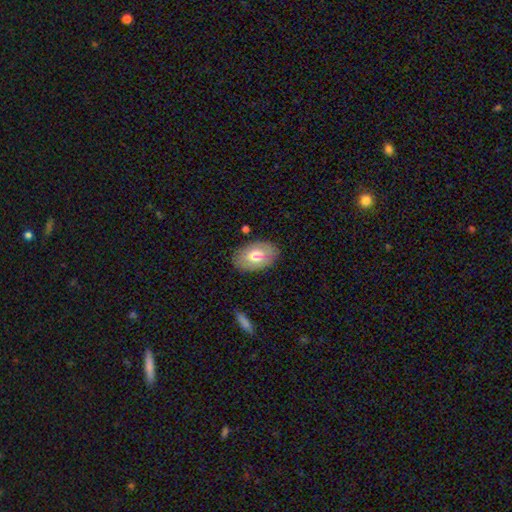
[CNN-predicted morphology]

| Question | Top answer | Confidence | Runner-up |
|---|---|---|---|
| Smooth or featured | smooth | 69% | featured or disk (25%) |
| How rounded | in between | 91% | round (8%) |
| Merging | none | 84% | minor disturbance (12%) |